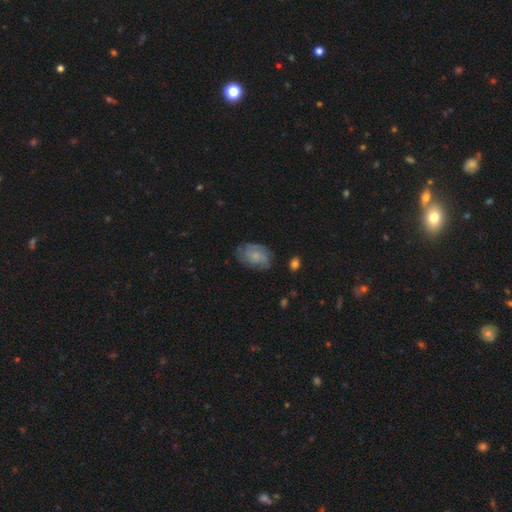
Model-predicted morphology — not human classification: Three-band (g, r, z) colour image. It shows a featured or disk galaxy (51%). Merging: none (69%).